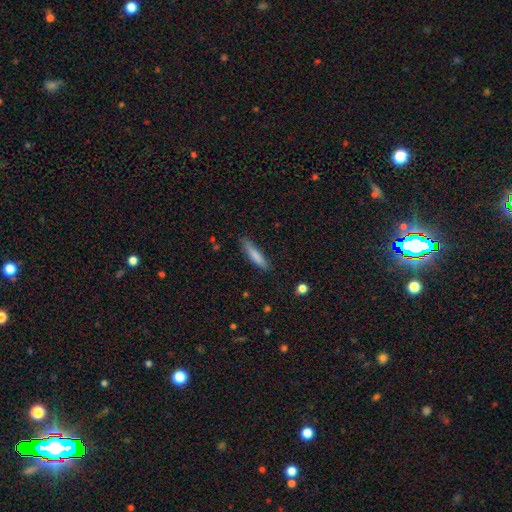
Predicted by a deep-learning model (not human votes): This appears to be a smooth galaxy with no disk features (81%) that is cigar-shaped (80%). Merging: none (82%).